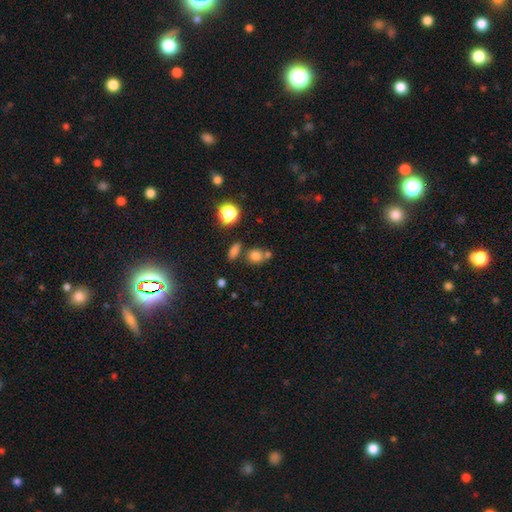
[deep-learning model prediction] smooth-or-featured: smooth: 75% | star or artifact: 16% | featured or disk: 8%
  how-rounded: round: 69% | in between: 29% | cigar-shaped: 2%
  merging: none: 57% | merger: 27% | minor disturbance: 11% | major disturbance: 4%